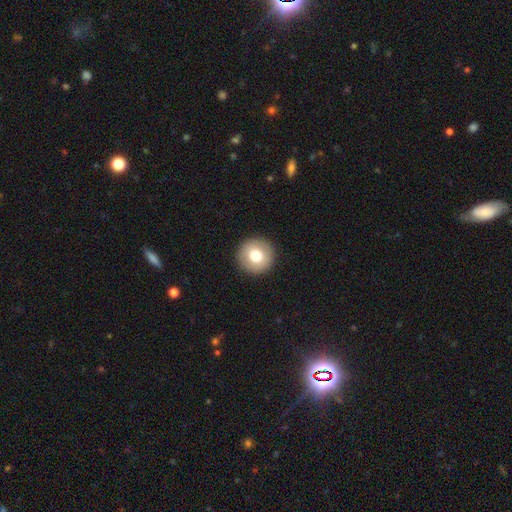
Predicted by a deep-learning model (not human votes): A smooth galaxy with no disk features (76%) that is round (96%).

Vote fractions:
- Smooth or featured? smooth: 76% / featured or disk: 16% / star or artifact: 8%
- How rounded? round: 96% / in between: 3% / cigar-shaped: 1%
- Merging? none: 93% / minor disturbance: 4% / major disturbance: 2% / merger: 1%